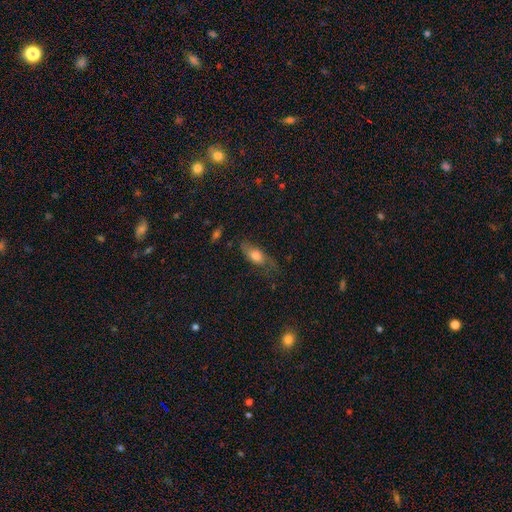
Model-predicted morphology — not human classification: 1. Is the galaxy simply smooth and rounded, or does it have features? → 67% smooth, 25% featured or disk, 9% star or artifact.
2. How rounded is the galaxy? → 76% in between, 18% cigar-shaped, 7% round.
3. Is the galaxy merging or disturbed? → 52% none, 29% minor disturbance, 17% major disturbance, 2% merger.